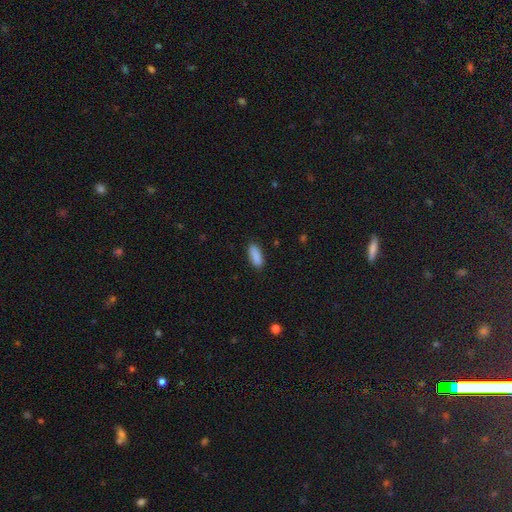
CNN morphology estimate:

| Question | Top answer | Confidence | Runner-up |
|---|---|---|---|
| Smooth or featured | smooth | 89% | star or artifact (7%) |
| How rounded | in between | 69% | cigar-shaped (29%) |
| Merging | none | 87% | minor disturbance (10%) |